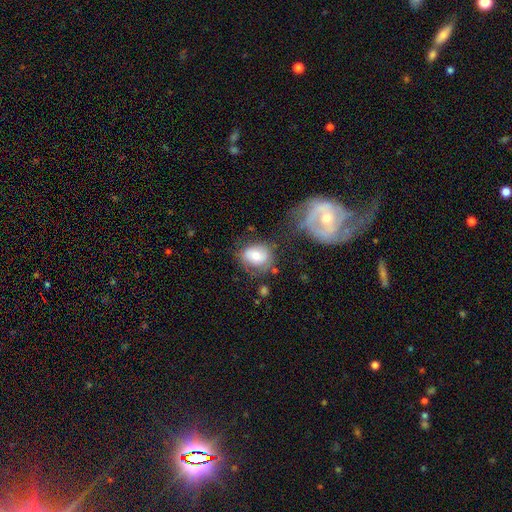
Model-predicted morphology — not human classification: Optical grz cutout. It shows a smooth galaxy with no disk features (69%) that is in between round and cigar-shaped (52%). Merging: none (60%).